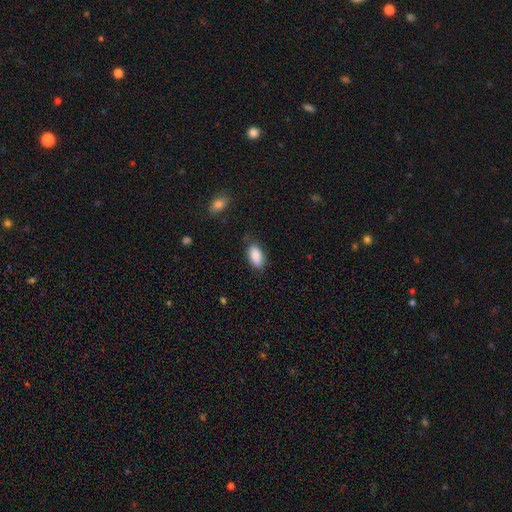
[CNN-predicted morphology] Smooth or featured? smooth (87%)
How rounded? in between (92%)
Merging? none (76%)